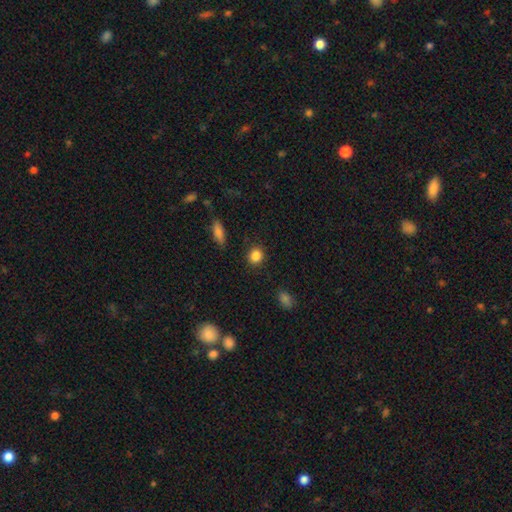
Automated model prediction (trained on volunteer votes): Smooth or featured? Predicted: smooth (p=0.86). How rounded? Predicted: round (p=0.83). Merging? Predicted: none (p=0.89).